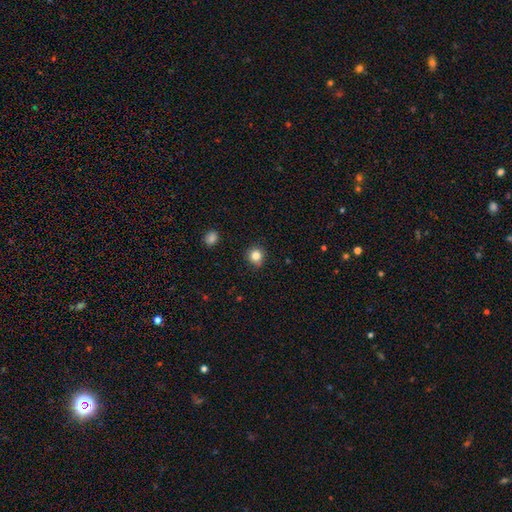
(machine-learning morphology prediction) The model was most divided on "smooth or featured": smooth: 84%, star or artifact: 11%, featured or disk: 5%. More confident: how rounded — round (91%); merging — none (88%).